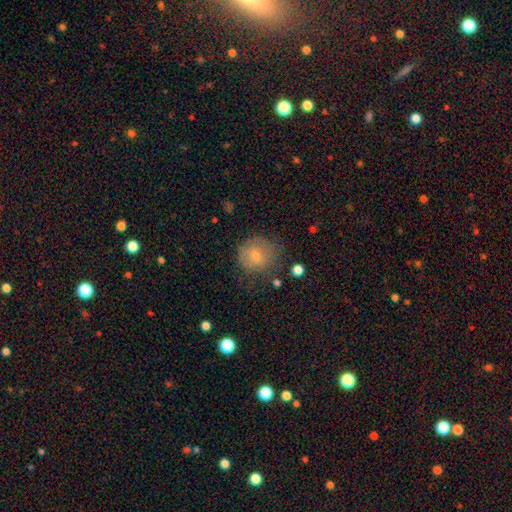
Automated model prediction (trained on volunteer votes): A smooth galaxy with no disk features (66%) that is round (85%). Merging: none (64%).